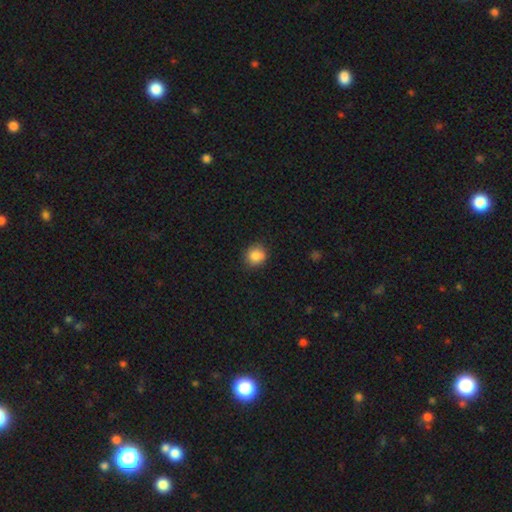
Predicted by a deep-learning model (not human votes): Smooth or featured? smooth (85%)
How rounded? round (81%)
Merging? none (76%)